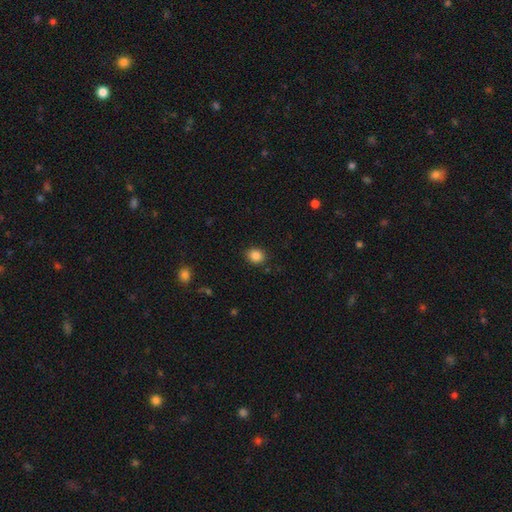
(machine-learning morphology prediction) This appears to be a smooth galaxy with no disk features (86%) that is round (69%). Merging: none (88%).